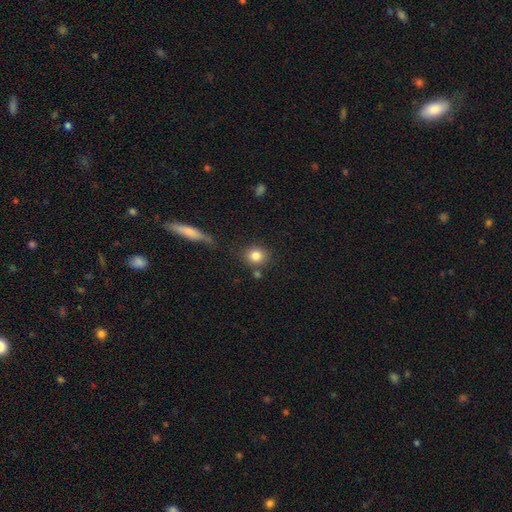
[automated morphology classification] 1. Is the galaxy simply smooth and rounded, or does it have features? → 83% smooth, 10% star or artifact, 7% featured or disk.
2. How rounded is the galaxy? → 80% round, 18% in between, 1% cigar-shaped.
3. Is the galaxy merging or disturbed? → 76% none, 11% minor disturbance, 9% merger, 4% major disturbance.